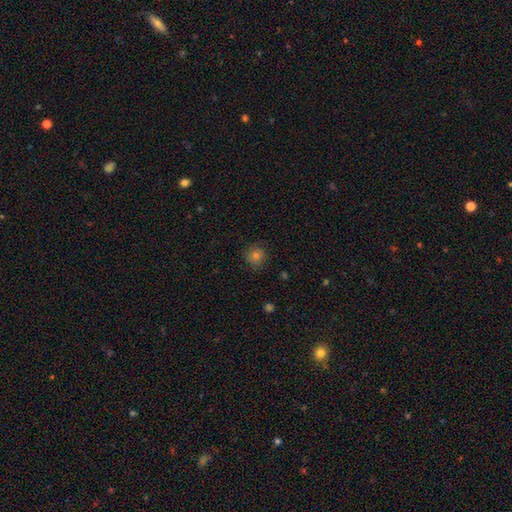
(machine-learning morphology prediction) Smooth or featured? Predicted: smooth (p=0.73). How rounded? Predicted: round (p=0.93). Merging? Predicted: none (p=0.87).